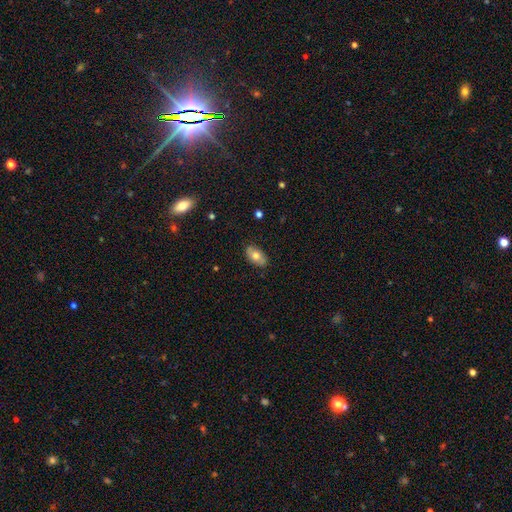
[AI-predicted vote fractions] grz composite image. It shows a smooth galaxy with no disk features (68%) that is in between round and cigar-shaped (92%). Merging: none (84%).